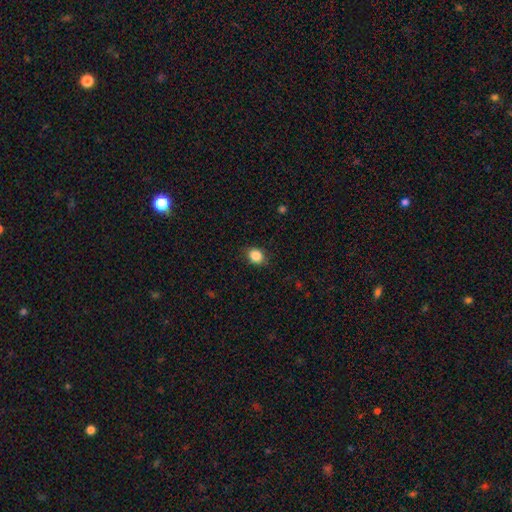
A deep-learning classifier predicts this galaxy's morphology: Smooth or featured: smooth — 86% (star or artifact — 10%)
How rounded: round — 61% (in between — 38%)
Merging: none — 86% (minor disturbance — 11%)